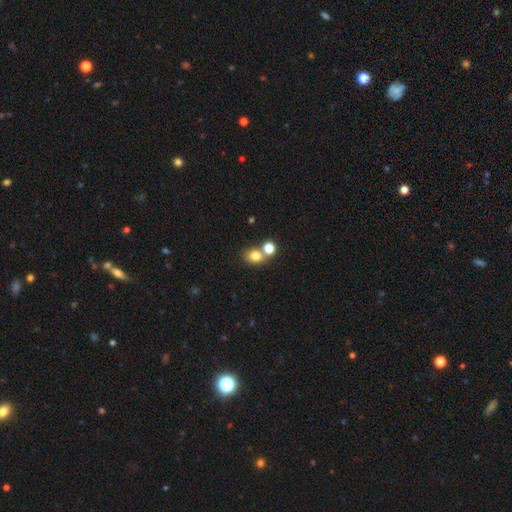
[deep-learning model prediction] This is likely a smooth galaxy (79%). How rounded: possibly round (56%). Merging: possibly none (55%).